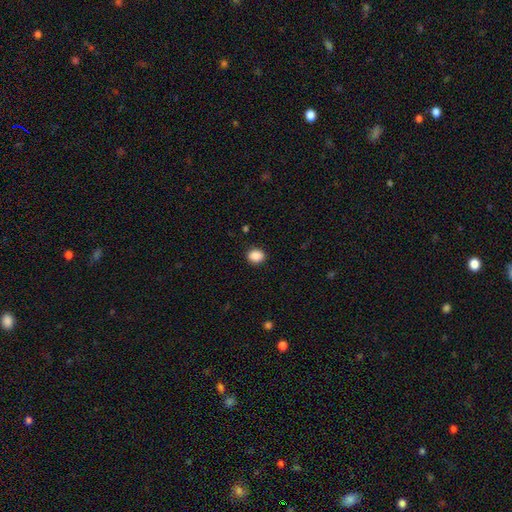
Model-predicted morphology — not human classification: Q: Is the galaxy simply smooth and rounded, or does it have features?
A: smooth — 89%.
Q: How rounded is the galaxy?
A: round — 57%.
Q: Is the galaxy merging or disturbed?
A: none — 89%.